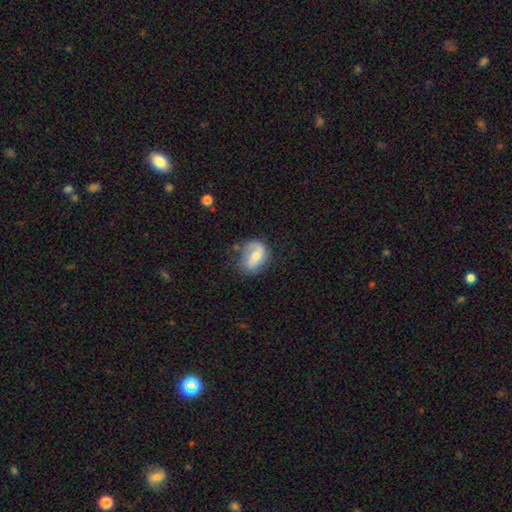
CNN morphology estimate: type=featured or disk (55%); edge-on=no (96%); bar=no (42%); spiral arms=yes (81%); bulge=moderate (56%); merging=none (57%).